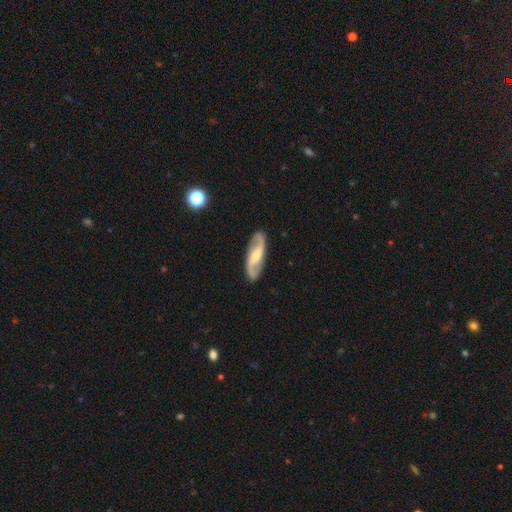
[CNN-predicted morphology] The model was most divided on "bulge size": moderate: 44%, small: 41%, none: 8%, large: 6%, dominant: 1%. Remaining: spiral arms — yes (96%); spiral arm count — 2 (94%); edge-on disk — no (93%); merging — none (88%); smooth or featured — featured or disk (83%); spiral winding — loose (51%); bar — weak (42%).